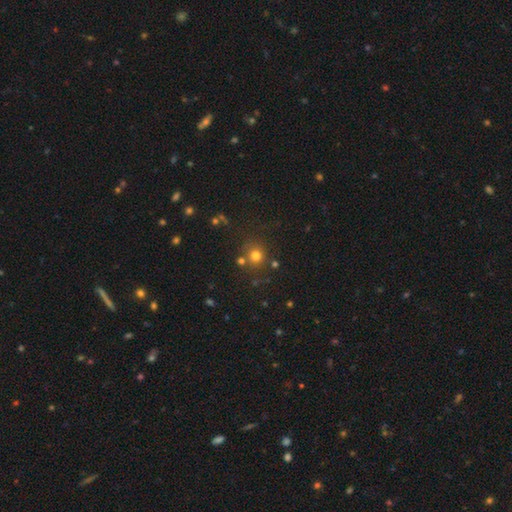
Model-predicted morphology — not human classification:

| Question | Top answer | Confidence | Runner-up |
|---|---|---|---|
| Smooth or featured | smooth | 74% | star or artifact (18%) |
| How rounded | round | 90% | in between (9%) |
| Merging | none | 76% | merger (11%) |